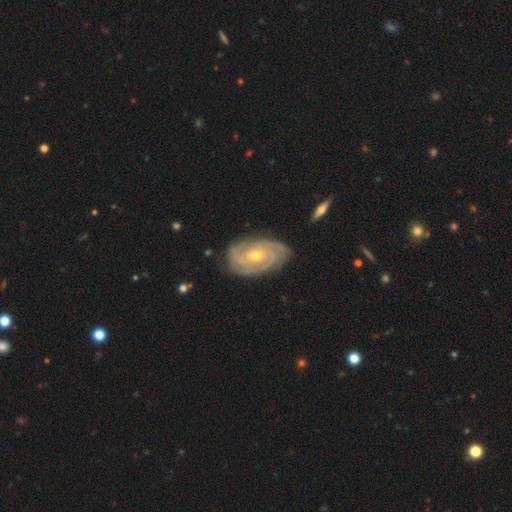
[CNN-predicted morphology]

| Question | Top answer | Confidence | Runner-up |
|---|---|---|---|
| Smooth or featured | featured or disk | 87% | smooth (7%) |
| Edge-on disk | no | 96% | yes (4%) |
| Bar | no | 67% | weak (26%) |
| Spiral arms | yes | 97% | no (3%) |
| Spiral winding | tight | 75% | medium (21%) |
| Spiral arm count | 3 | 30% | can't tell (20%) |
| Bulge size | small | 59% | moderate (39%) |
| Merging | none | 79% | minor disturbance (16%) |